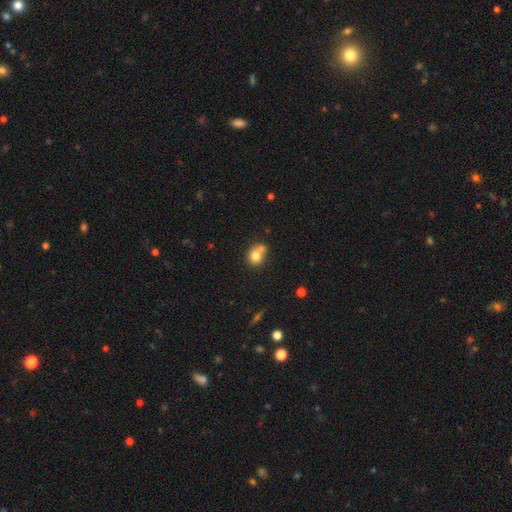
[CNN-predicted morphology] This is likely a smooth galaxy (76%). How rounded: likely round (68%). Merging: marginally merger (44%).